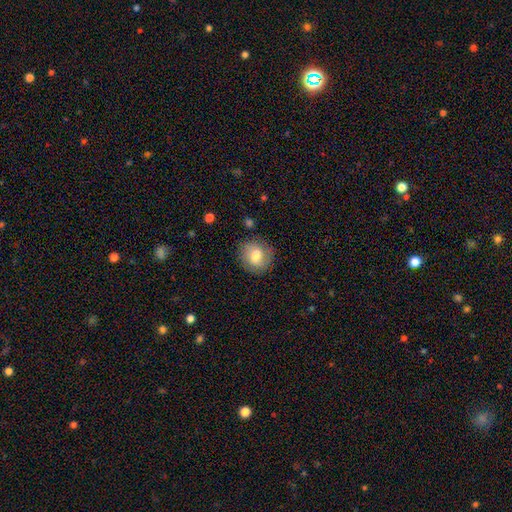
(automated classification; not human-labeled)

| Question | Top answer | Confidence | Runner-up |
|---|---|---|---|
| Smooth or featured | smooth | 66% | featured or disk (26%) |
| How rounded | round | 79% | in between (20%) |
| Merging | none | 80% | minor disturbance (14%) |